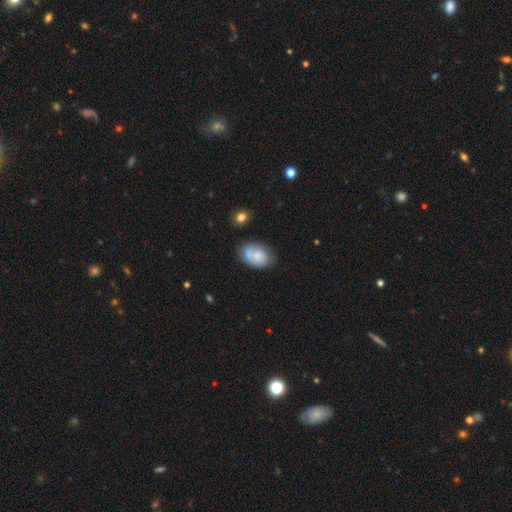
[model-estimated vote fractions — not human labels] Morphology: type=smooth (69%); roundness=in between (83%); merging=none (54%).